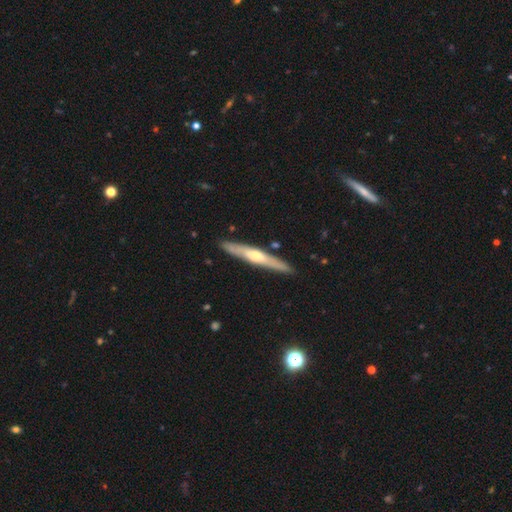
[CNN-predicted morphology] Q: Smooth or featured?
A: featured or disk (58%); runner-up: smooth (37%)
Q: Edge-on disk?
A: yes (91%); runner-up: no (9%)
Q: Edge-on bulge?
A: rounded (79%); runner-up: none (16%)
Q: Merging?
A: none (88%); runner-up: minor disturbance (9%)